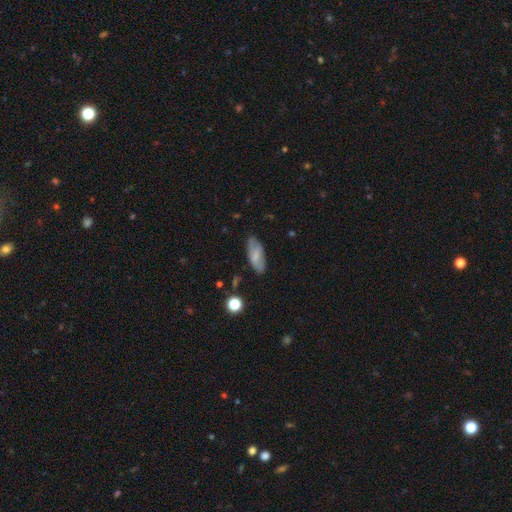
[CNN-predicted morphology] smooth 66%, featured or disk 27%, star or artifact 8%. Down the decision tree: how rounded — in between (81%); merging — none (77%).